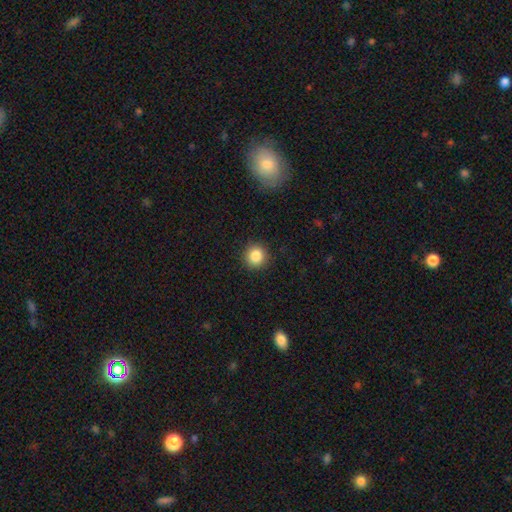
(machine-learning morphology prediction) smooth 86%, star or artifact 10%, featured or disk 5%. Down the decision tree: how rounded — round (90%); merging — none (91%).